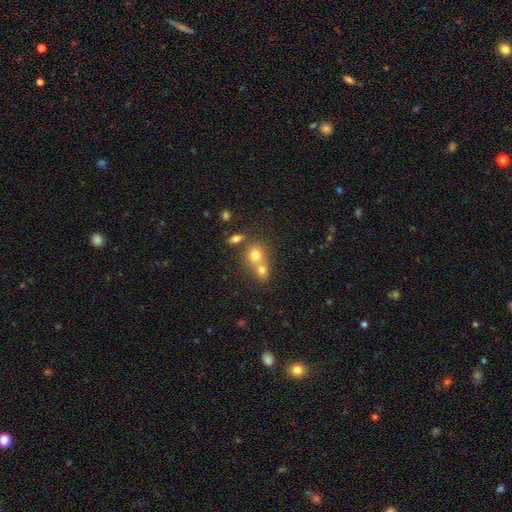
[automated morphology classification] Overall: smooth (73%). How rounded: round (75%). Merging: merger (57%; none 35%).